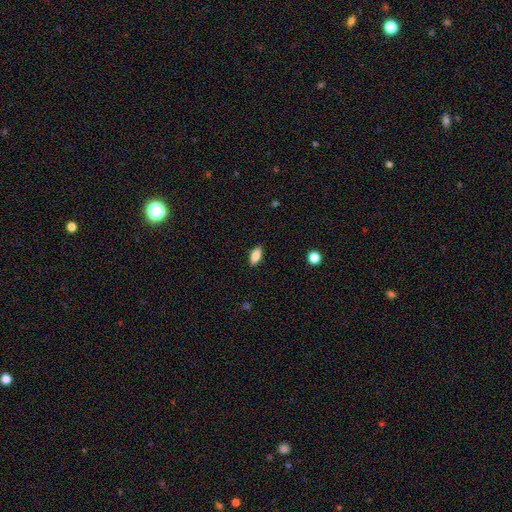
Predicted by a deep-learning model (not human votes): This is clearly a smooth galaxy (85%). How rounded: clearly in between (86%). Merging: clearly none (89%).